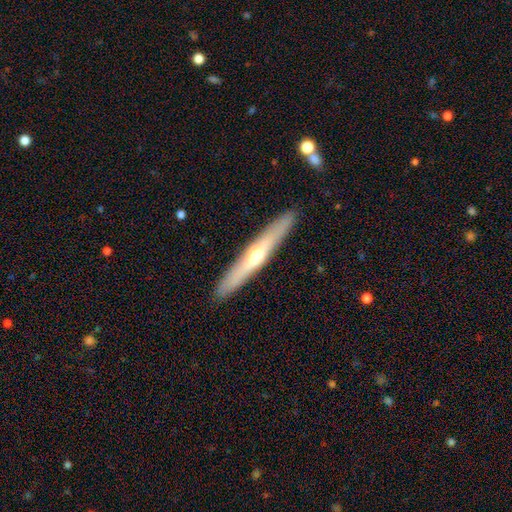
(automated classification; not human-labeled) Smooth or featured: featured or disk — 58% (smooth — 36%)
Edge-on disk: yes — 93% (no — 7%)
Edge-on bulge: rounded — 79% (none — 18%)
Merging: none — 91% (minor disturbance — 6%)